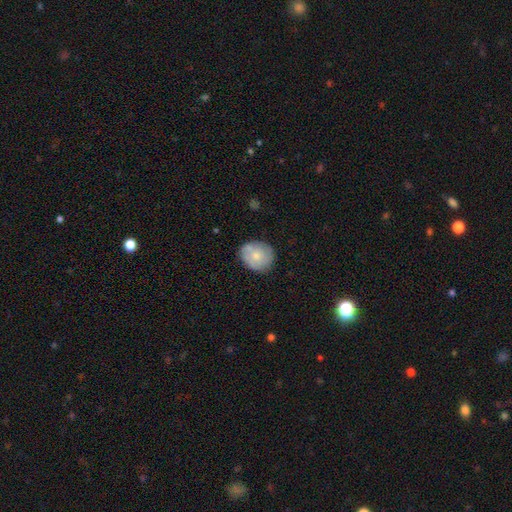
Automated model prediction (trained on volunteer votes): The model was most divided on "smooth or featured": smooth: 68%, featured or disk: 25%, star or artifact: 7%. More confident: merging — none (75%); how rounded — round (72%).